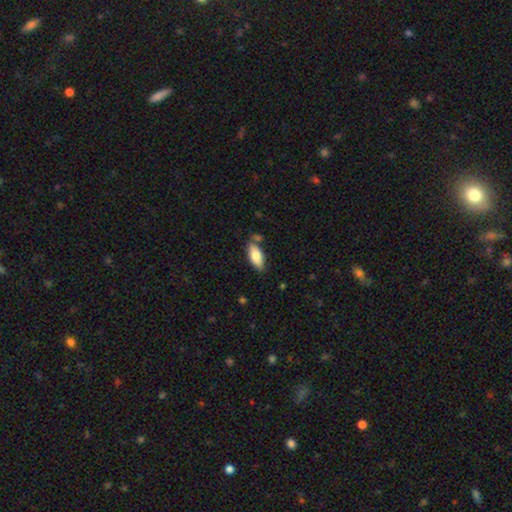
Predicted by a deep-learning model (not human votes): Smooth or featured?
  - smooth: 80% *
  - featured or disk: 13%
  - star or artifact: 6%
How rounded?
  - in between: 86% *
  - cigar-shaped: 12%
  - round: 2%
Merging?
  - none: 72% *
  - minor disturbance: 17%
  - merger: 8%
  - major disturbance: 3%